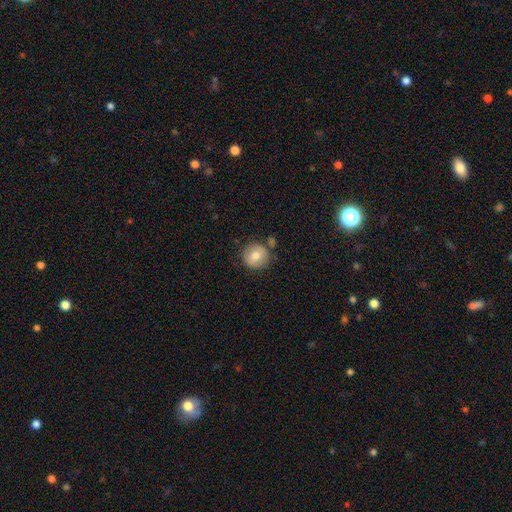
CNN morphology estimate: Q: Smooth or featured?
A: smooth (74%); runner-up: featured or disk (18%)
Q: How rounded?
A: round (91%); runner-up: in between (8%)
Q: Merging?
A: none (77%); runner-up: minor disturbance (13%)